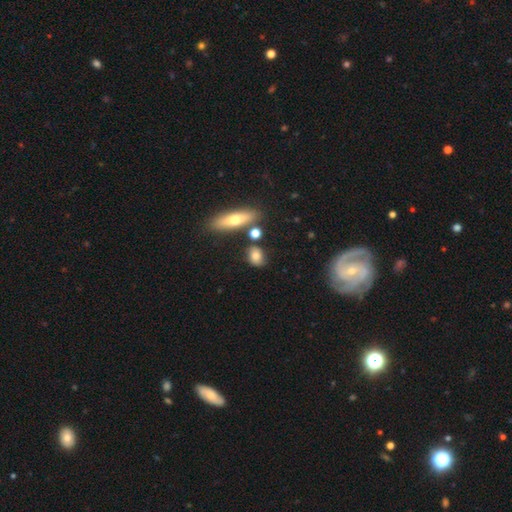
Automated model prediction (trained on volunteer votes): smooth_or_featured: smooth (p=0.76) [alt: featured or disk p=0.14]
how_rounded: in between (p=0.52) [alt: round p=0.41]
merging: none (p=0.73) [alt: minor disturbance p=0.14]